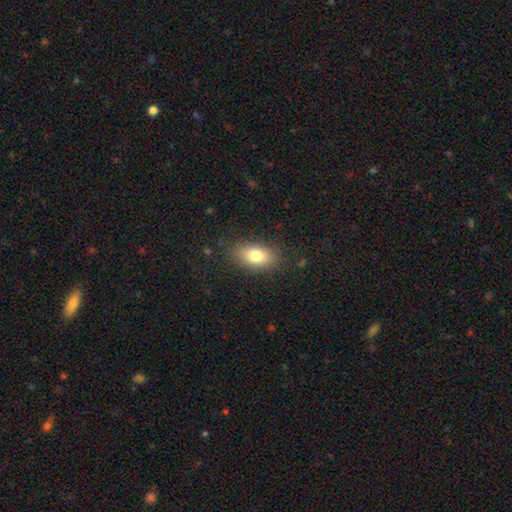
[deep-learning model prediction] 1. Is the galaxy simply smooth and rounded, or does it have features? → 79% smooth, 12% featured or disk, 9% star or artifact.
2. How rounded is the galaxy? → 87% in between, 10% round, 4% cigar-shaped.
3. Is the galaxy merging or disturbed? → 83% none, 12% minor disturbance, 4% major disturbance, 1% merger.